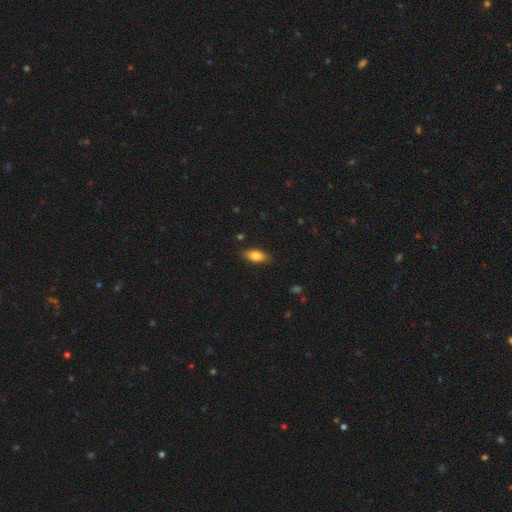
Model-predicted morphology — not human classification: smooth-or-featured: smooth: 79% | featured or disk: 14% | star or artifact: 7%
  how-rounded: in between: 82% | cigar-shaped: 14% | round: 3%
  merging: none: 85% | minor disturbance: 11% | major disturbance: 2% | merger: 1%